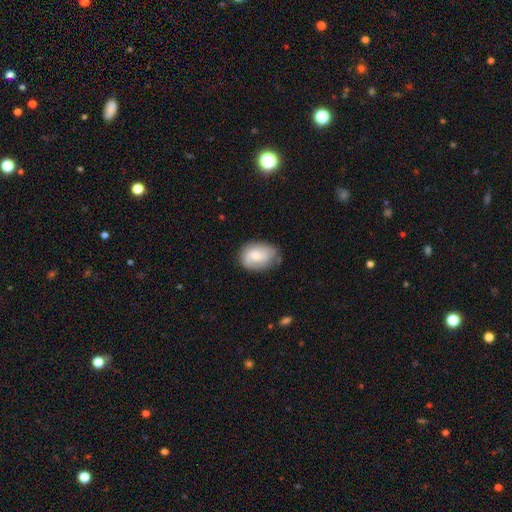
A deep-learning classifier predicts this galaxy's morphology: The model was most divided on "smooth or featured": smooth: 55%, featured or disk: 38%, star or artifact: 7%. More confident: how rounded — in between (72%); merging — none (60%).